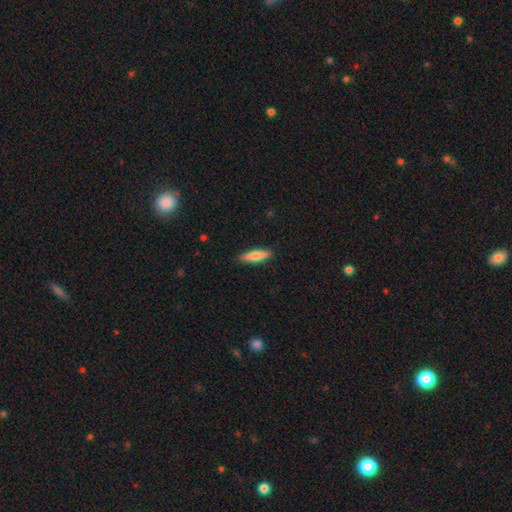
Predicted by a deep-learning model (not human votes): Smooth or featured: smooth — 72% (featured or disk — 22%)
How rounded: cigar-shaped — 72% (in between — 26%)
Merging: none — 88% (minor disturbance — 9%)